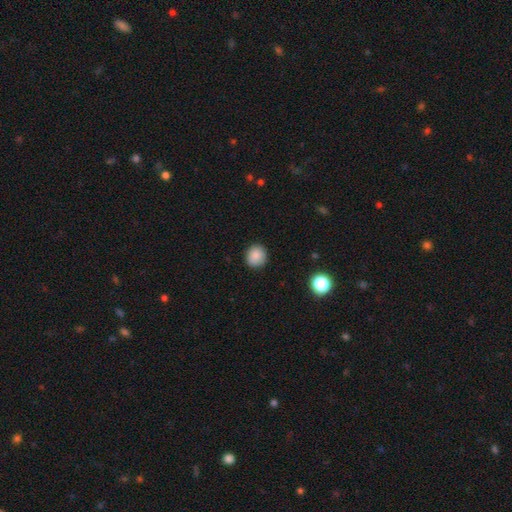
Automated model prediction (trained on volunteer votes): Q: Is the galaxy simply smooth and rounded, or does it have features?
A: smooth — 86%.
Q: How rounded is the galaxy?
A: round — 82%.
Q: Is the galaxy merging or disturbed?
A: none — 89%.